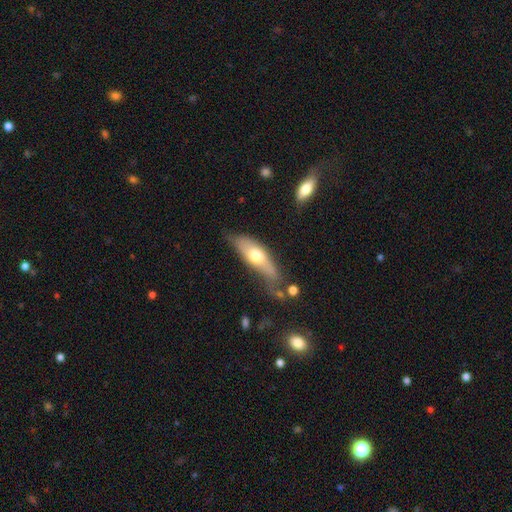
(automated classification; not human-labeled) smooth-or-featured: smooth: 54% | featured or disk: 40% | star or artifact: 6%
  how-rounded: in between: 55% | cigar-shaped: 42% | round: 3%
  merging: none: 52% | minor disturbance: 30% | major disturbance: 12% | merger: 6%